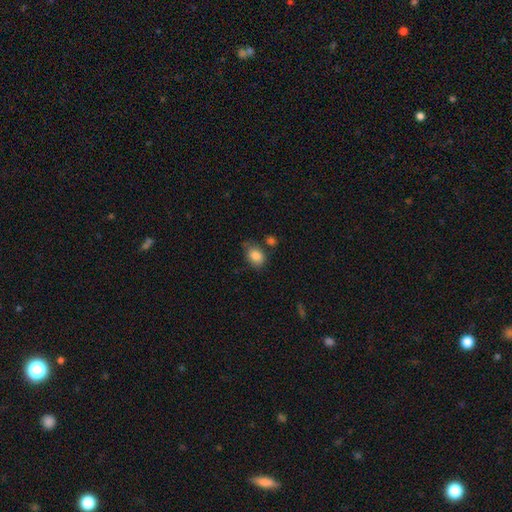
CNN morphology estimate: Overall: smooth (85%). How rounded: in between (70%). Merging: none (64%).